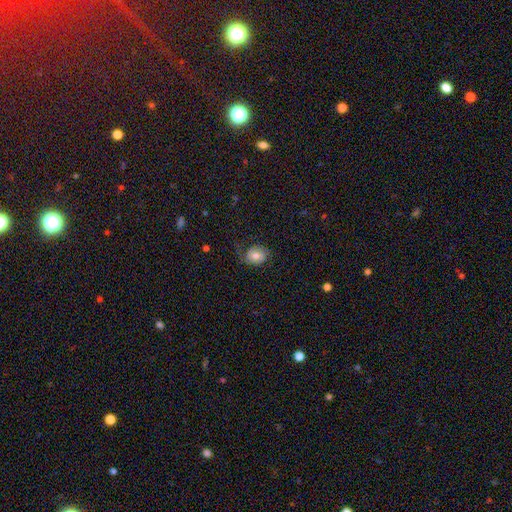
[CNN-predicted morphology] type=smooth (53%); roundness=round (52%); merging=none (62%).